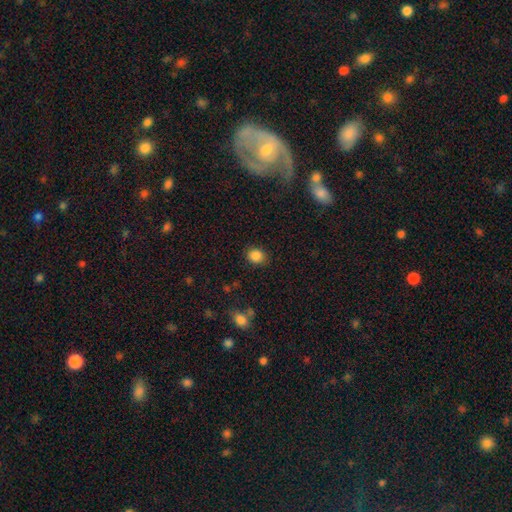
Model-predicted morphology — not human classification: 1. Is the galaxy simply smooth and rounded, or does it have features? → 86% smooth, 10% star or artifact, 4% featured or disk.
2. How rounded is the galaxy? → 61% round, 38% in between, 1% cigar-shaped.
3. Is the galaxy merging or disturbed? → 85% none, 10% minor disturbance, 3% major disturbance, 2% merger.